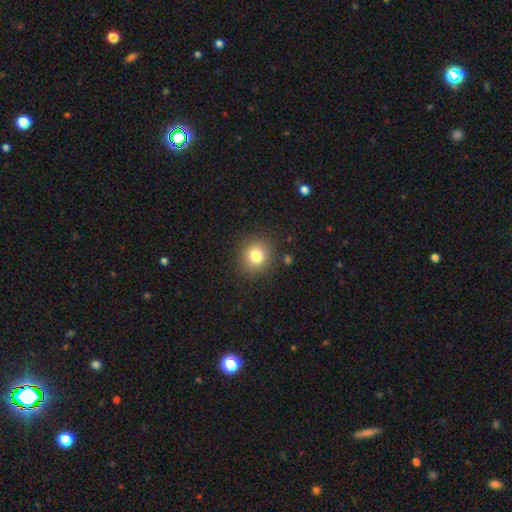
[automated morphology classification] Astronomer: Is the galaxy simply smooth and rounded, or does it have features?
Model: smooth — 80%.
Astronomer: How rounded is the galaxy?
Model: round — 87%.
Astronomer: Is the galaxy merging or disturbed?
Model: none — 88%.